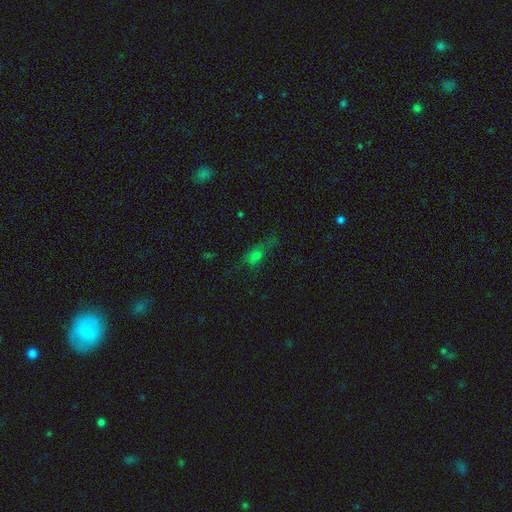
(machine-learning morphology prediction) Smooth or featured: smooth — 52% (star or artifact — 28%)
How rounded: in between — 60% (cigar-shaped — 27%)
Merging: none — 49% (minor disturbance — 24%)